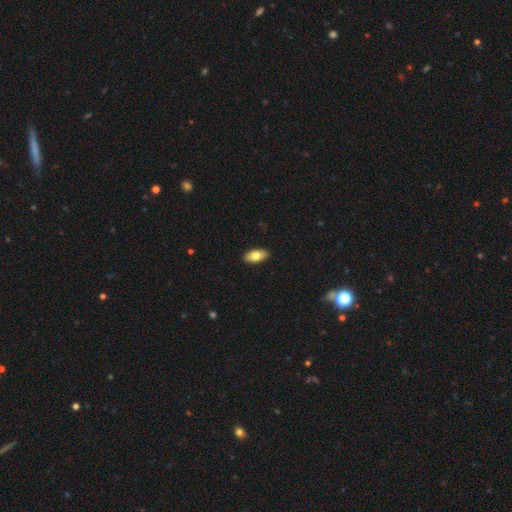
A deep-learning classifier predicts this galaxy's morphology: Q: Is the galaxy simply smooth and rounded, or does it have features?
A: smooth — 78%.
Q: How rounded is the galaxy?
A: in between — 92%.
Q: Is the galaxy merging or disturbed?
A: none — 90%.